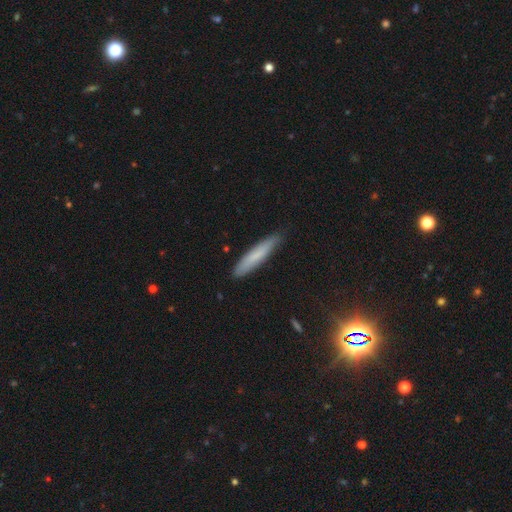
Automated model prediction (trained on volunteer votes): Overall: smooth (74%). How rounded: cigar-shaped (91%). Merging: none (86%).